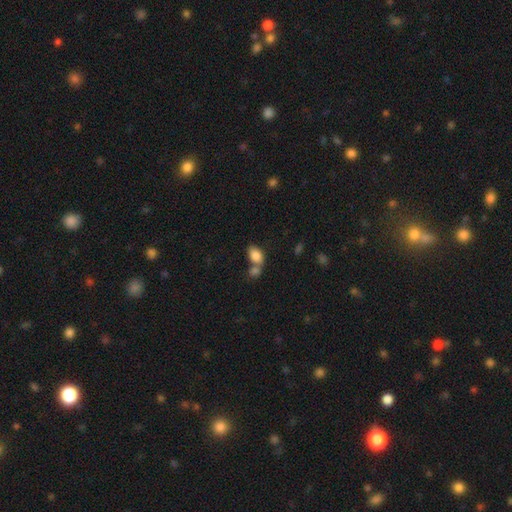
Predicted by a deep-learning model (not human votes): smooth 84%, star or artifact 8%, featured or disk 8%. Down the decision tree: how rounded — in between (88%); merging — merger (47%).